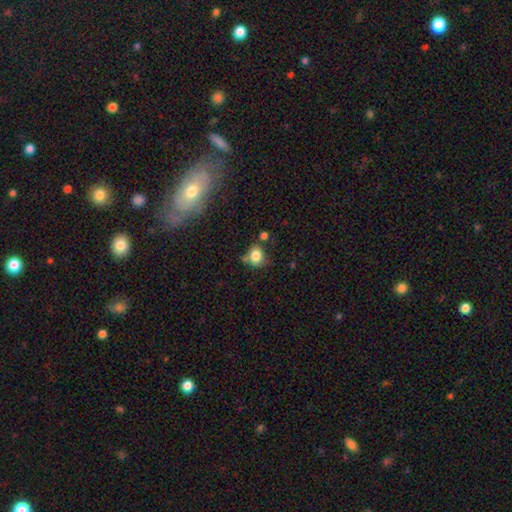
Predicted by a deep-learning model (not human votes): A smooth galaxy with no disk features (81%) that is round (62%). Merging: none (59%).